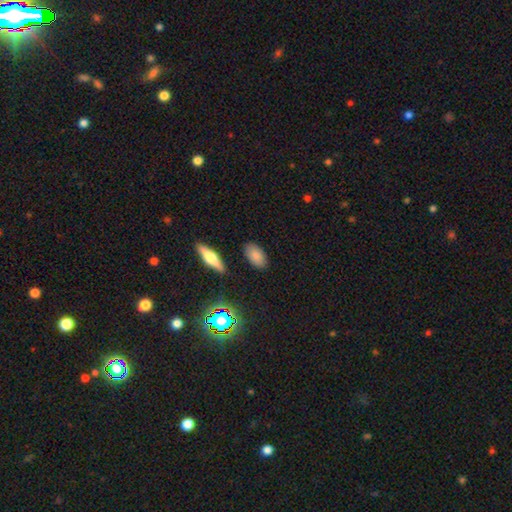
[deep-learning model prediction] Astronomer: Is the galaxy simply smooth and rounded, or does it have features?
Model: smooth — 82%.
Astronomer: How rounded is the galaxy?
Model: in between — 91%.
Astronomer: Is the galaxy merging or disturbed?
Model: none — 85%.